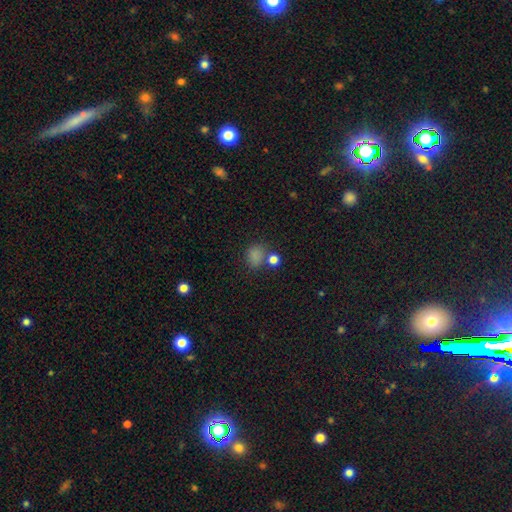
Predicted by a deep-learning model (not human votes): Q: Smooth or featured?
A: smooth (78%); runner-up: star or artifact (16%)
Q: How rounded?
A: round (57%); runner-up: in between (42%)
Q: Merging?
A: none (63%); runner-up: merger (15%)